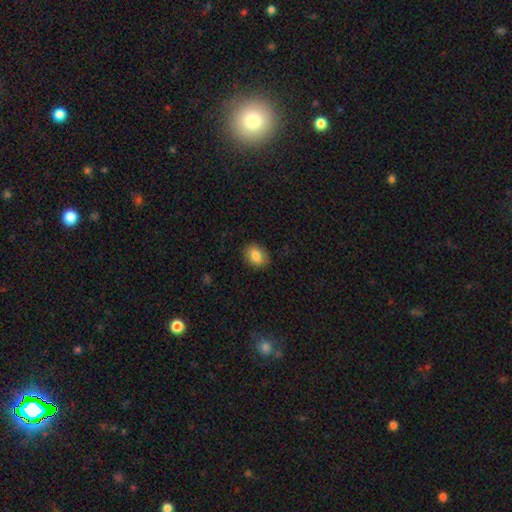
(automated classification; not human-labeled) smooth_or_featured: smooth (p=0.83) [alt: featured or disk p=0.09]
how_rounded: in between (p=0.65) [alt: round p=0.33]
merging: none (p=0.88) [alt: minor disturbance p=0.08]